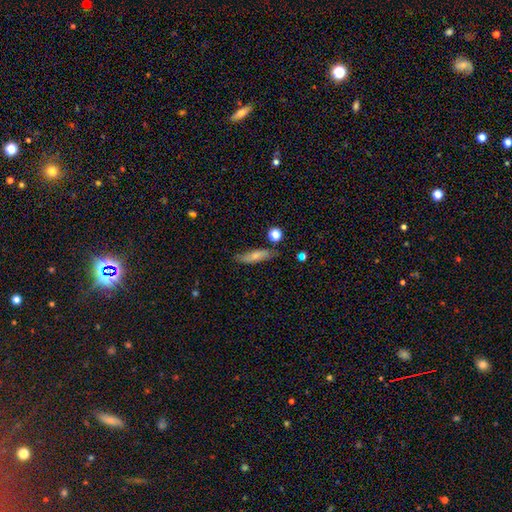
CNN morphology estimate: A smooth galaxy with no disk features (69%) that is cigar-shaped (62%). Merging: none (74%).